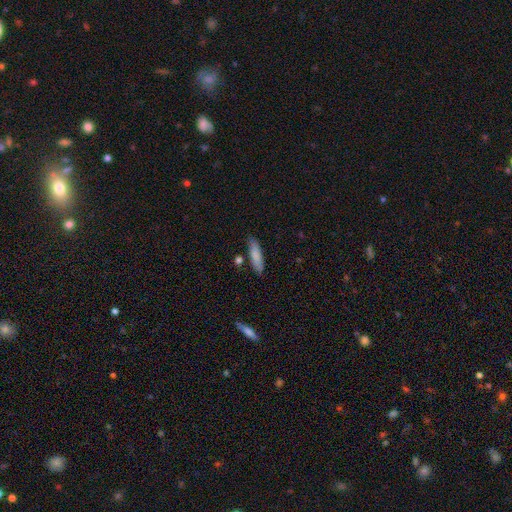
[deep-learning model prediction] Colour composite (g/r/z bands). It shows a smooth galaxy with no disk features (83%) that is cigar-shaped (67%). Merging: none (79%).